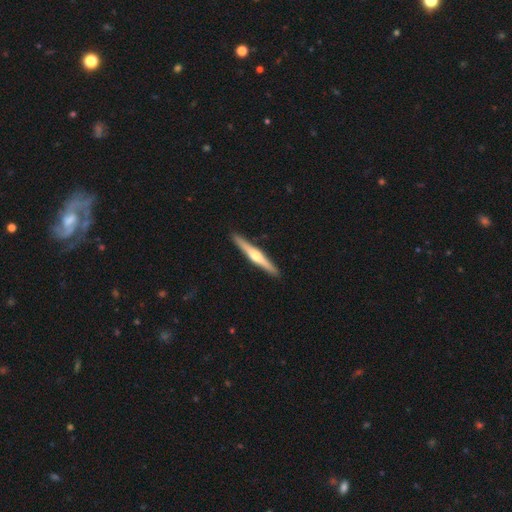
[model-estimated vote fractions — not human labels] Q: Smooth or featured?
A: featured or disk (66%); runner-up: smooth (29%)
Q: Edge-on disk?
A: yes (98%); runner-up: no (2%)
Q: Edge-on bulge?
A: rounded (87%); runner-up: none (7%)
Q: Merging?
A: none (92%); runner-up: minor disturbance (6%)